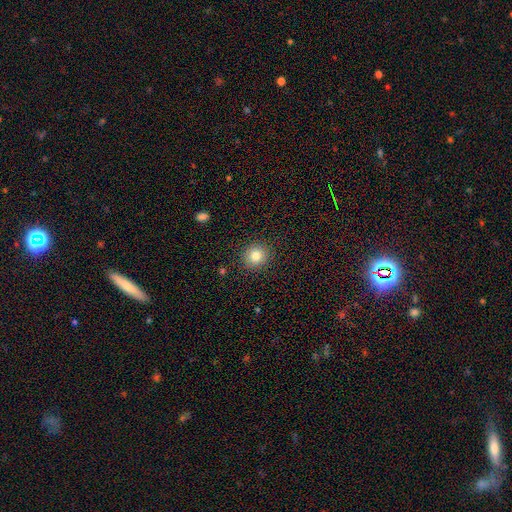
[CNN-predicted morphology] Smooth or featured?
  - smooth: 82% *
  - star or artifact: 11%
  - featured or disk: 7%
How rounded?
  - round: 89% *
  - in between: 10%
  - cigar-shaped: 1%
Merging?
  - none: 90% *
  - minor disturbance: 6%
  - major disturbance: 2%
  - merger: 1%